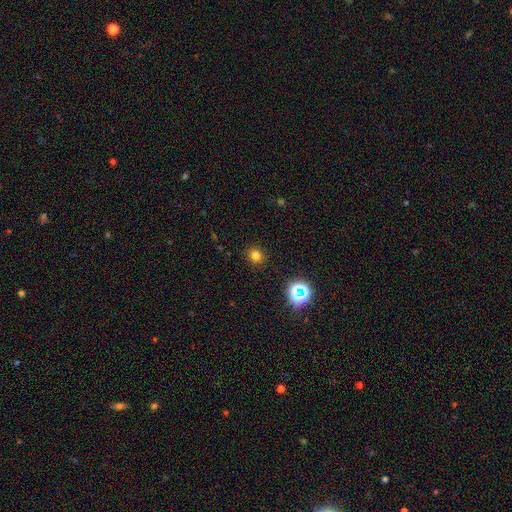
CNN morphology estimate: Smooth or featured? Predicted: smooth (p=0.76). How rounded? Predicted: round (p=0.86). Merging? Predicted: none (p=0.90).